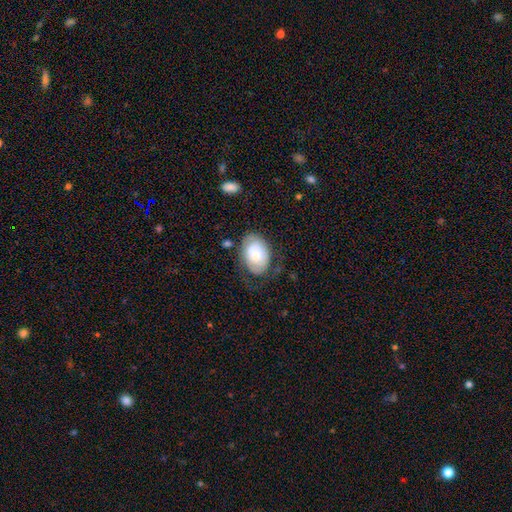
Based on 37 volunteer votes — This is likely a smooth galaxy (78%). How rounded: likely in between (79%). Merging: marginally none (43%, tied with minor disturbance).